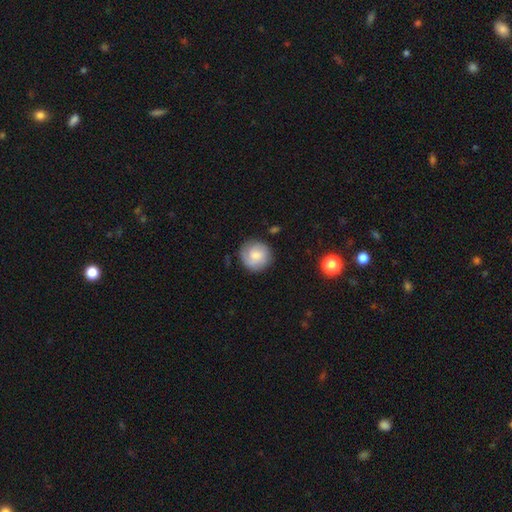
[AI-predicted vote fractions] Q: Smooth or featured?
A: smooth (62%); runner-up: featured or disk (31%)
Q: How rounded?
A: round (93%); runner-up: in between (6%)
Q: Merging?
A: none (82%); runner-up: minor disturbance (13%)